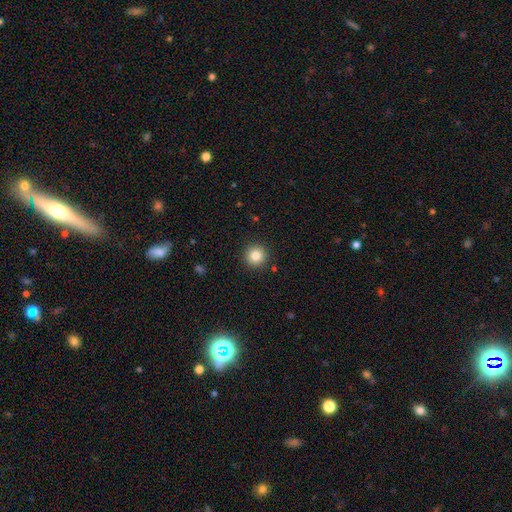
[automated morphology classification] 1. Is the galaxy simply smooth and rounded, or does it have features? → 83% smooth, 11% star or artifact, 7% featured or disk.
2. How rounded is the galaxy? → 96% round, 3% in between, 1% cigar-shaped.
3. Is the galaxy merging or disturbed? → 91% none, 5% minor disturbance, 2% major disturbance, 1% merger.